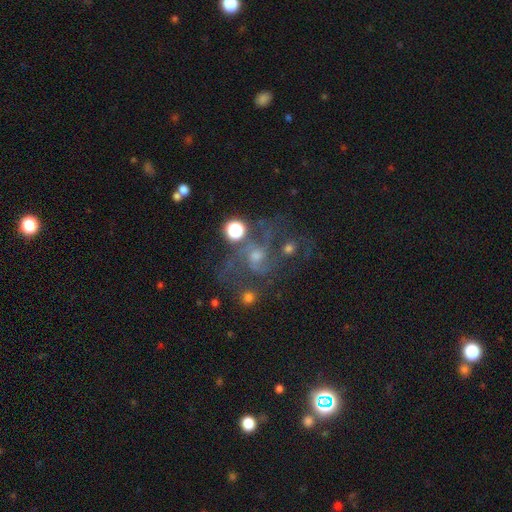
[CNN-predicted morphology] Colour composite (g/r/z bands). It shows a featured or disk galaxy (69%) with no bar (59%), 2 (49%) medium (54%) spiral arms (90%) and a small central bulge (47%). Merging: none (51%).